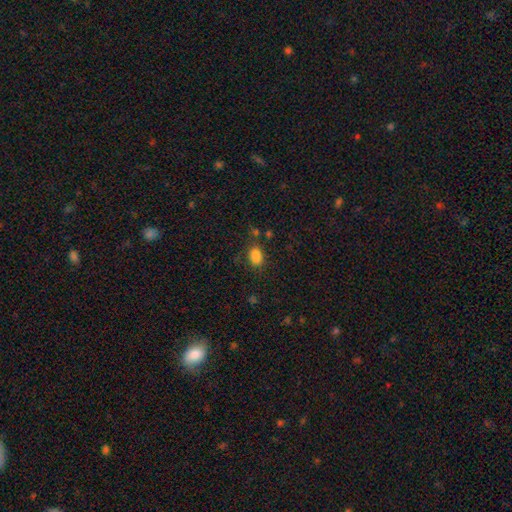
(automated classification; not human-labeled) Morphology: type=smooth (84%); roundness=in between (84%); merging=none (73%).